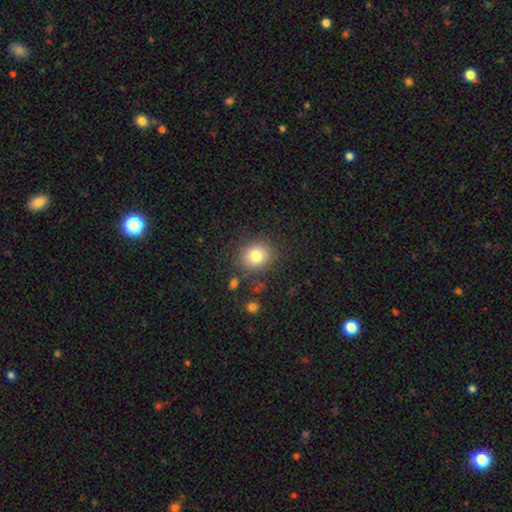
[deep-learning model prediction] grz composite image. It shows a smooth galaxy with no disk features (80%) that is round (72%). Merging: none (84%).